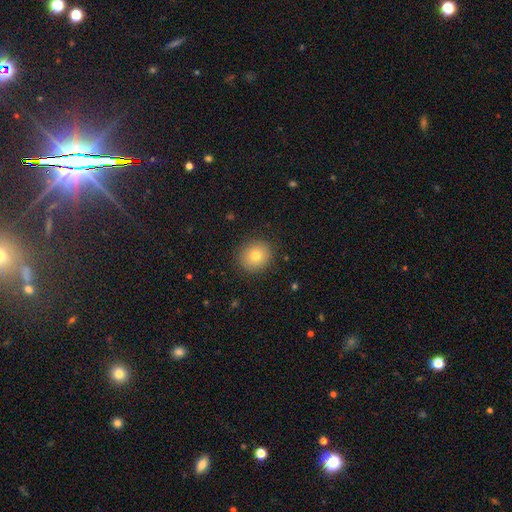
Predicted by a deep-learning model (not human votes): This appears to be a smooth galaxy with no disk features (77%) that is round (84%). Merging: none (88%).